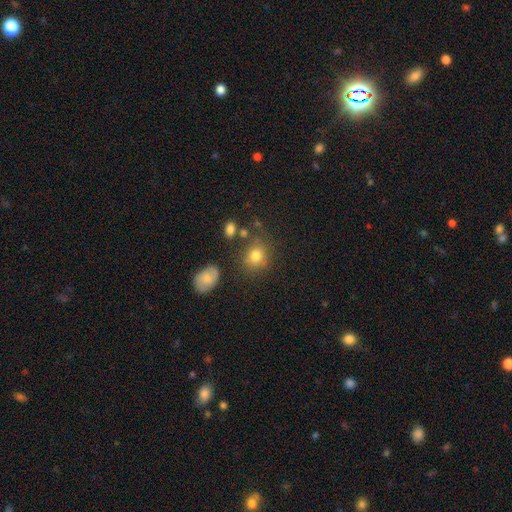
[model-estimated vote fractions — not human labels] Q: Smooth or featured?
A: smooth (78%); runner-up: star or artifact (12%)
Q: How rounded?
A: round (69%); runner-up: in between (30%)
Q: Merging?
A: none (72%); runner-up: minor disturbance (15%)